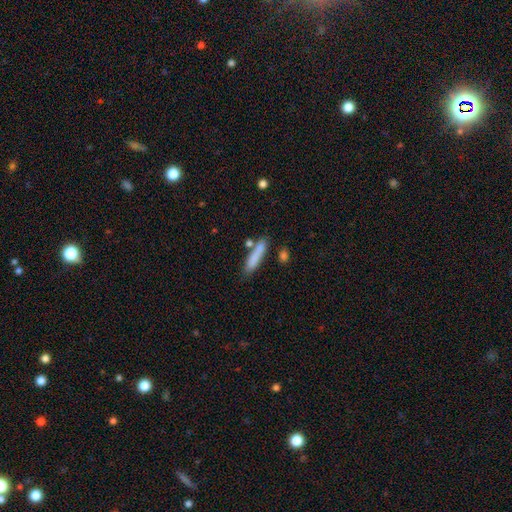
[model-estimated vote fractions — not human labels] The model was most divided on "merging": none: 72%, minor disturbance: 14%, merger: 10%, major disturbance: 4%. More confident: how rounded — cigar-shaped (85%); smooth or featured — smooth (80%).